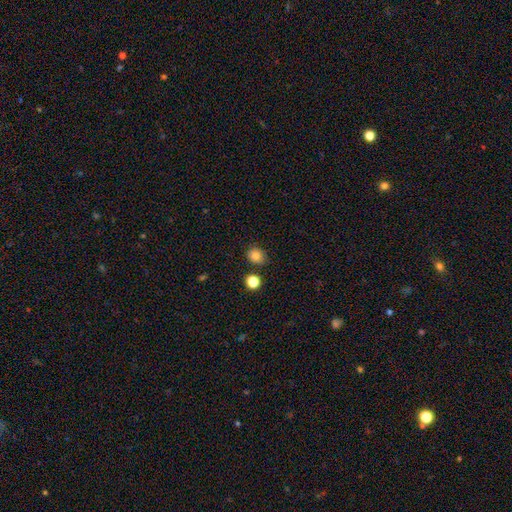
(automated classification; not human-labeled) Overall: smooth (83%). How rounded: round (71%). Merging: none (83%).